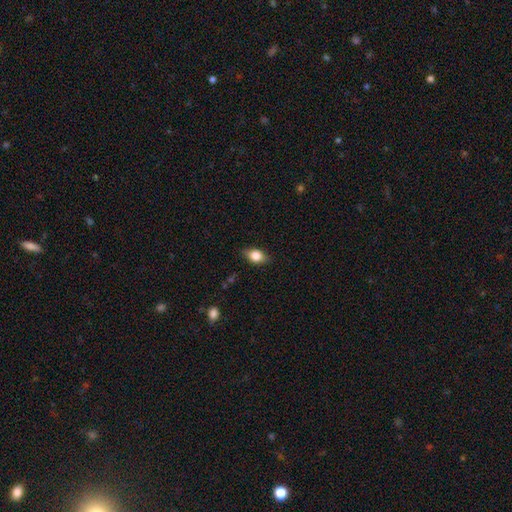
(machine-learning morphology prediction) This is likely a smooth galaxy (75%). How rounded: likely in between (77%). Merging: clearly none (81%).